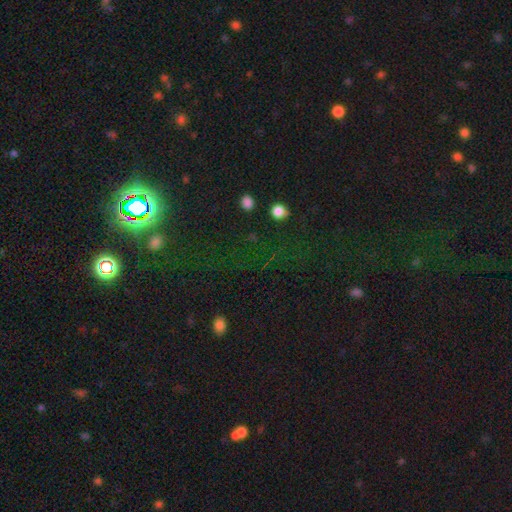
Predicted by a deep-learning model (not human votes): Smooth or featured?
  - star or artifact: 74% *
  - smooth: 17%
  - featured or disk: 9%